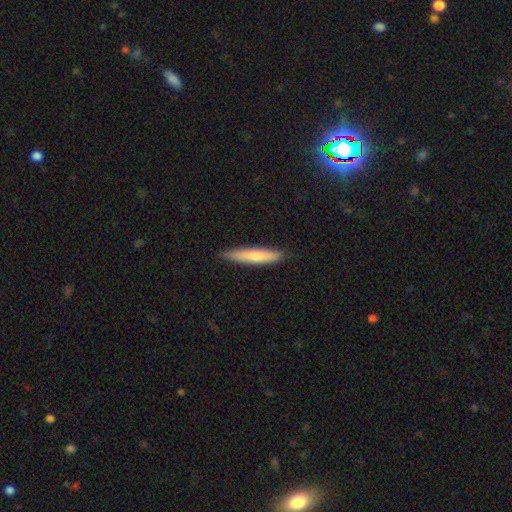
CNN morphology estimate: Smooth or featured? Predicted: smooth (p=0.68). How rounded? Predicted: cigar-shaped (p=0.90). Merging? Predicted: none (p=0.86).